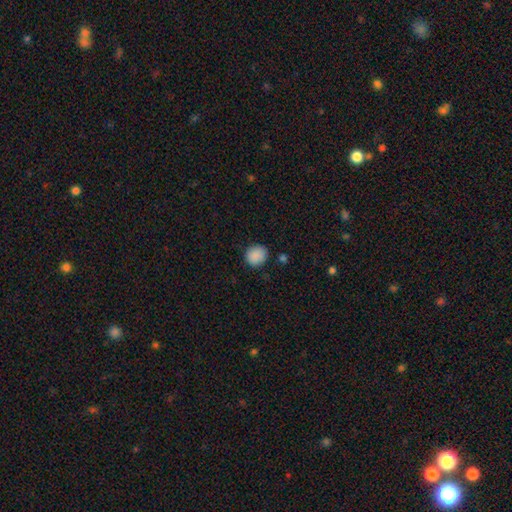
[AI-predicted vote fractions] Overall: smooth (88%). How rounded: round (84%). Merging: none (84%).